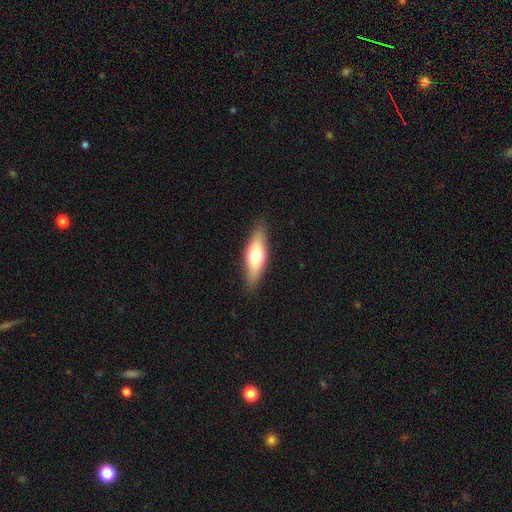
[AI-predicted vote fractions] Smooth or featured? smooth (61%)
How rounded? in between (53%)
Merging? none (87%)